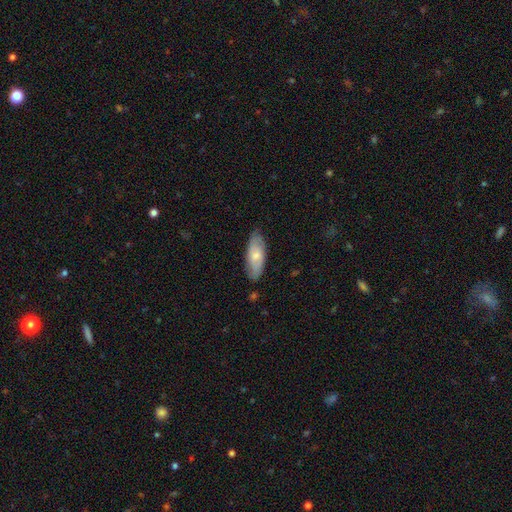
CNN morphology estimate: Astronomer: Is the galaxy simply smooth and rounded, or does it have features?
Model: smooth — 65%.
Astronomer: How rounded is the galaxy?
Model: in between — 76%.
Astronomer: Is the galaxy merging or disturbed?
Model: none — 79%.